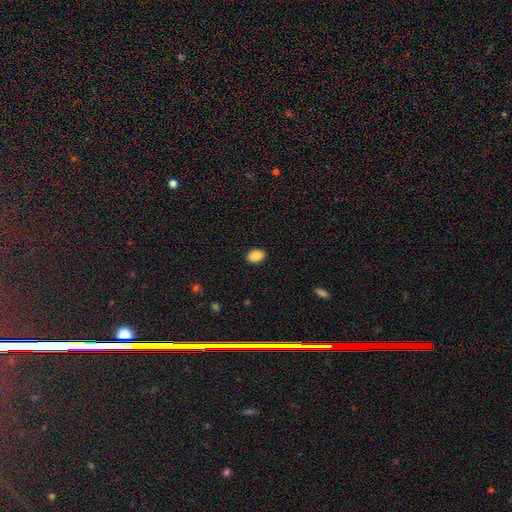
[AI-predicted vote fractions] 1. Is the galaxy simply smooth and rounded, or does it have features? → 89% smooth, 8% star or artifact, 4% featured or disk.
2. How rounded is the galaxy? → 79% in between, 20% round, 1% cigar-shaped.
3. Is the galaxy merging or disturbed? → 90% none, 7% minor disturbance, 2% major disturbance, 1% merger.